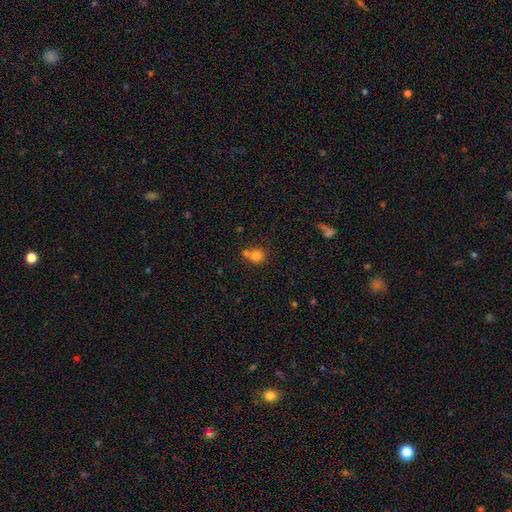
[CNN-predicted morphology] Overall: smooth (79%). How rounded: round (83%). Merging: none (49%; merger 37%).